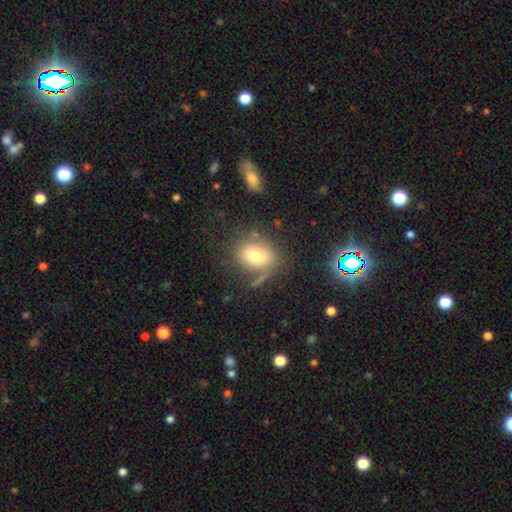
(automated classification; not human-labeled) Smooth or featured: smooth — 69% (featured or disk — 17%)
How rounded: in between — 54% (round — 45%)
Merging: none — 62% (minor disturbance — 18%)